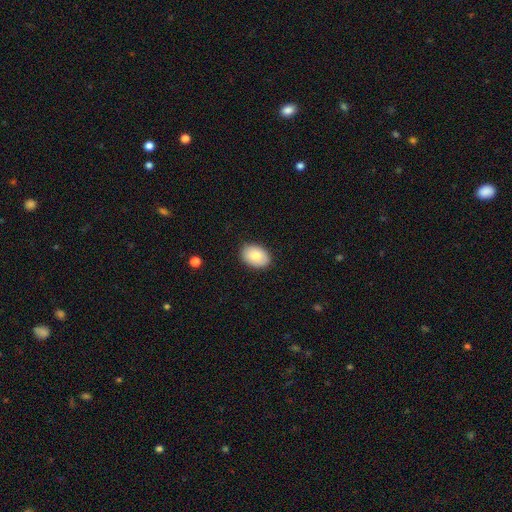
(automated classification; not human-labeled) This is clearly a smooth galaxy (83%). How rounded: clearly in between (83%). Merging: clearly none (87%).